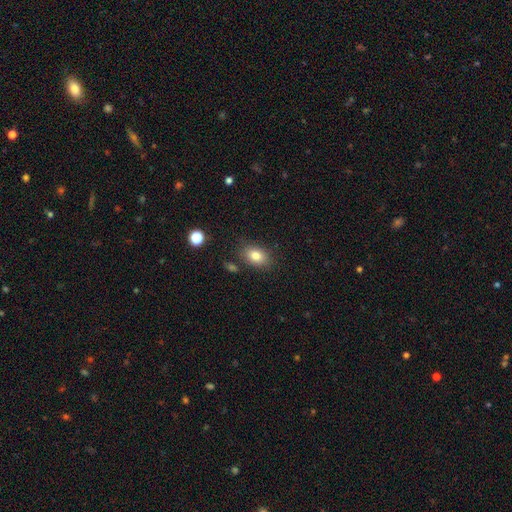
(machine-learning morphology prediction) This appears to be a smooth galaxy with no disk features (81%) that is in between round and cigar-shaped (77%). Merging: none (81%).